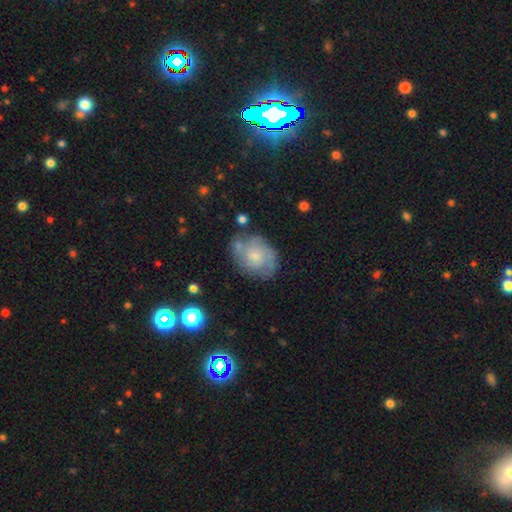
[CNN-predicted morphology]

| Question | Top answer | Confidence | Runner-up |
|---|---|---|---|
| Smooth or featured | featured or disk | 64% | smooth (29%) |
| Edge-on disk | no | 97% | yes (3%) |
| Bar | no | 72% | weak (25%) |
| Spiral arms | yes | 86% | no (14%) |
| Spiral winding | tight | 45% | medium (41%) |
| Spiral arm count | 2 | 37% | can't tell (32%) |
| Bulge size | small | 52% | moderate (32%) |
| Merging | none | 64% | minor disturbance (21%) |